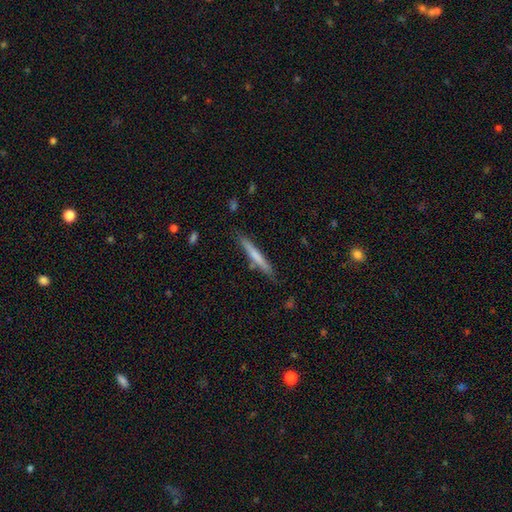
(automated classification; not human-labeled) This appears to be a smooth galaxy with no disk features (62%) that is cigar-shaped (96%). Merging: none (83%).